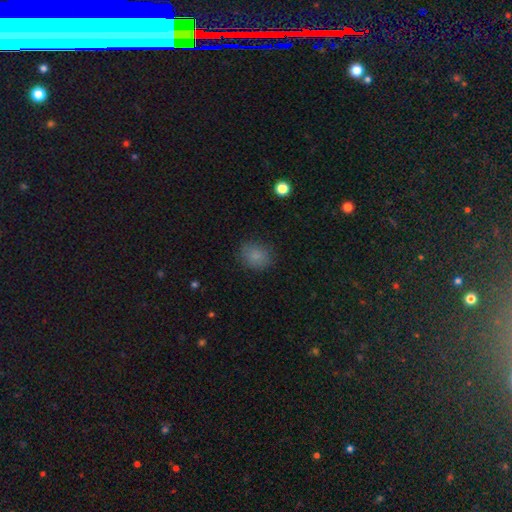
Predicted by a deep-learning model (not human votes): Smooth or featured?
  - smooth: 84% *
  - star or artifact: 10%
  - featured or disk: 5%
How rounded?
  - round: 56% *
  - in between: 43%
  - cigar-shaped: 1%
Merging?
  - none: 81% *
  - minor disturbance: 14%
  - major disturbance: 4%
  - merger: 1%